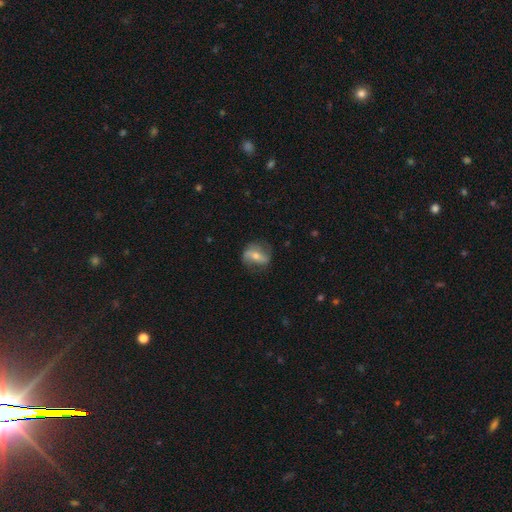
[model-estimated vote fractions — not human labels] Smooth or featured? featured or disk (63%)
Edge-on disk? no (91%)
Bar? strong (46%)
Spiral arms? yes (76%)
Bulge size? moderate (55%)
Merging? none (72%)